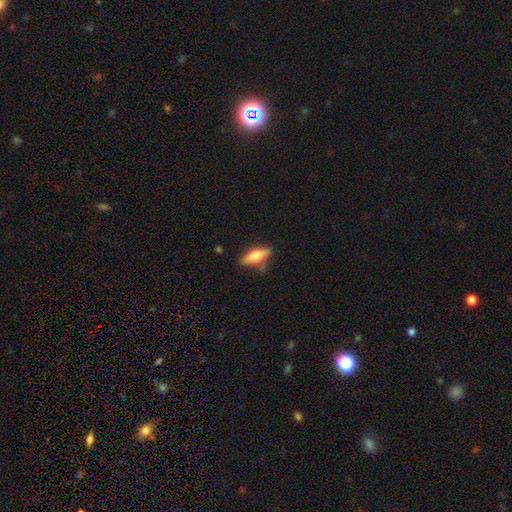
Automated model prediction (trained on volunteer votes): Smooth or featured?
  - smooth: 60% *
  - featured or disk: 34%
  - star or artifact: 7%
How rounded?
  - in between: 50% *
  - cigar-shaped: 47%
  - round: 3%
Merging?
  - none: 71% *
  - minor disturbance: 18%
  - merger: 5%
  - major disturbance: 5%